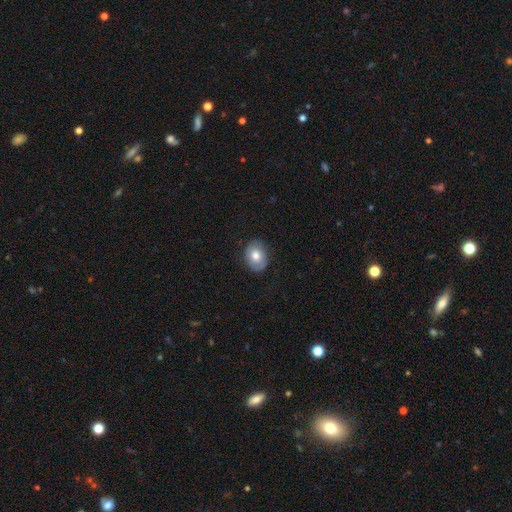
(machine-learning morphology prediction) smooth-or-featured: smooth: 71% | featured or disk: 21% | star or artifact: 8%
  how-rounded: in between: 59% | round: 40% | cigar-shaped: 1%
  merging: none: 83% | minor disturbance: 13% | major disturbance: 3% | merger: 1%